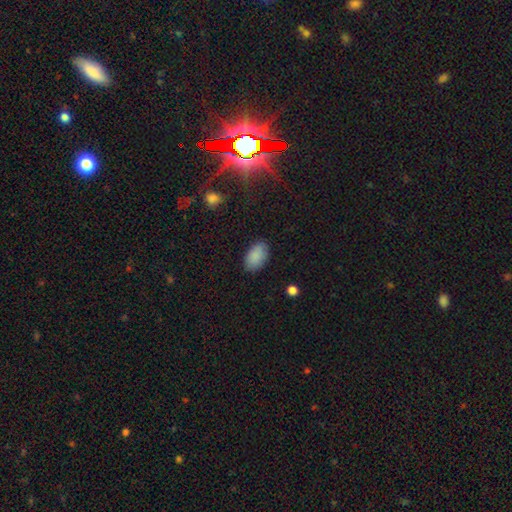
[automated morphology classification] Q: Smooth or featured?
A: smooth (89%); runner-up: star or artifact (7%)
Q: How rounded?
A: in between (94%); runner-up: round (5%)
Q: Merging?
A: none (85%); runner-up: minor disturbance (11%)